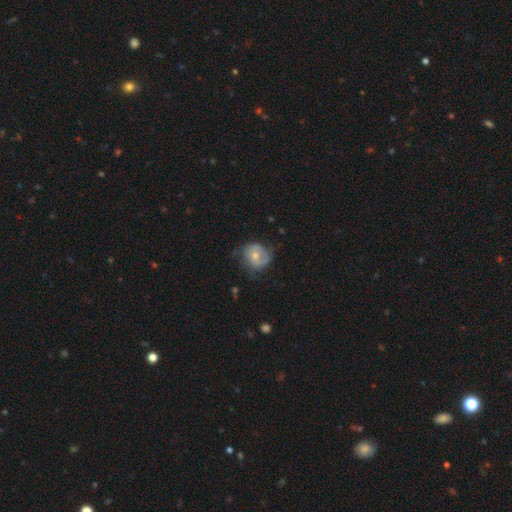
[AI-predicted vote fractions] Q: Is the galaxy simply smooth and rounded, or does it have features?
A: smooth — 48%.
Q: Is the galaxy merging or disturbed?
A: none — 55%.